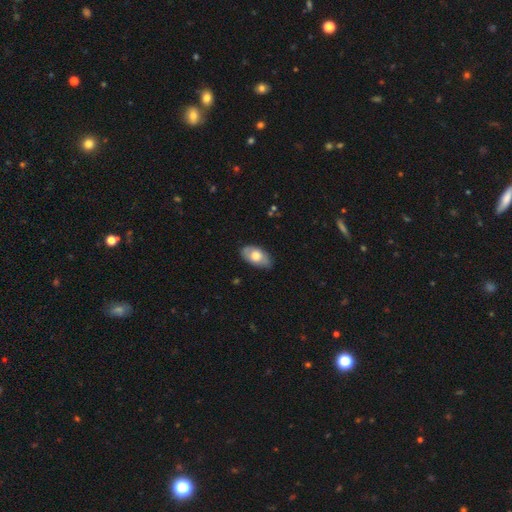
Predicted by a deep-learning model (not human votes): A smooth galaxy with no disk features (64%) that is in between round and cigar-shaped (93%). Merging: none (78%).